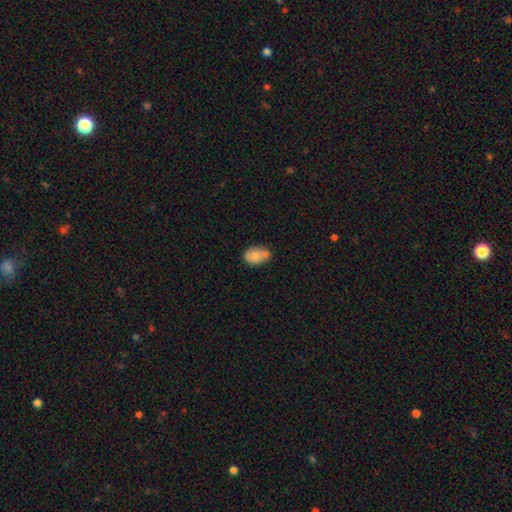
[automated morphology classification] A smooth galaxy with no disk features (78%) that is in between round and cigar-shaped (84%). Merging: none (53%).